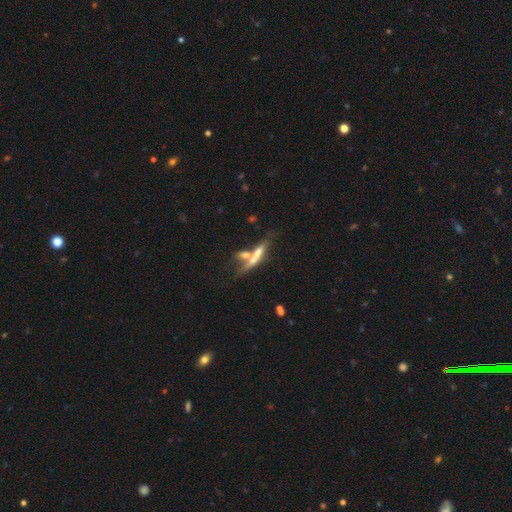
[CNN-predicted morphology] Overall: smooth (49%; featured or disk 42%). Merging: merger (46%; none 35%).